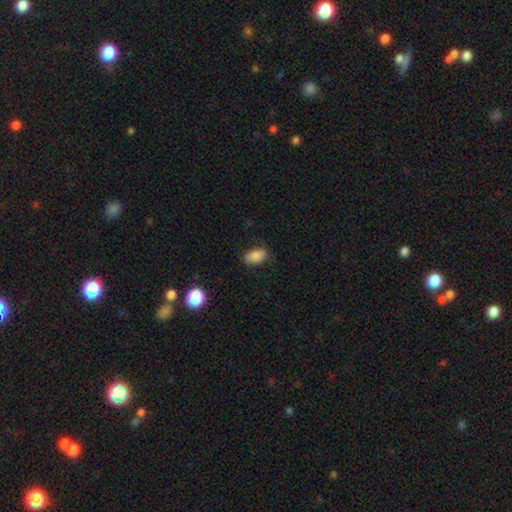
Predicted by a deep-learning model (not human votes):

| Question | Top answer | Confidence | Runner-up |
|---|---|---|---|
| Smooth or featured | smooth | 84% | star or artifact (8%) |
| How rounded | in between | 90% | round (6%) |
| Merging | none | 82% | minor disturbance (14%) |